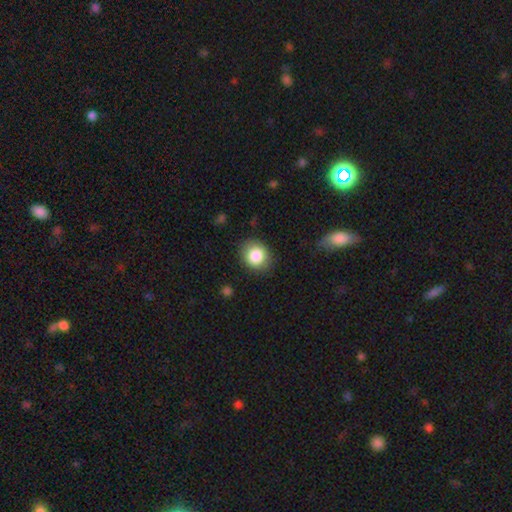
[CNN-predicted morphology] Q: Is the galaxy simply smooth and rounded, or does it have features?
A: smooth — 85%.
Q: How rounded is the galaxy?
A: round — 74%.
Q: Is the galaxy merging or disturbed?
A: none — 84%.